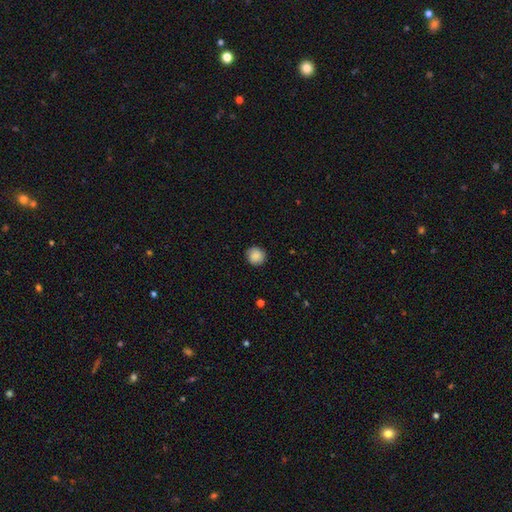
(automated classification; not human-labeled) A smooth galaxy with no disk features (87%) that is round (93%).

Vote fractions:
- Smooth or featured? smooth: 87% / star or artifact: 8% / featured or disk: 5%
- How rounded? round: 93% / in between: 7% / cigar-shaped: 1%
- Merging? none: 88% / minor disturbance: 9% / major disturbance: 2% / merger: 1%